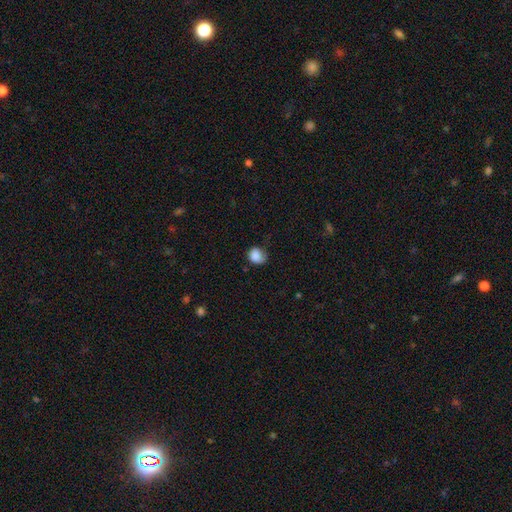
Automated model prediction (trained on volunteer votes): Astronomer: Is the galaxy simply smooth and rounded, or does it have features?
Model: smooth — 84%.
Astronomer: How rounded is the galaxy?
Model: round — 60% (runner-up: in between, 39%).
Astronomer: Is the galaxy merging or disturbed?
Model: none — 49% (runner-up: minor disturbance, 36%).